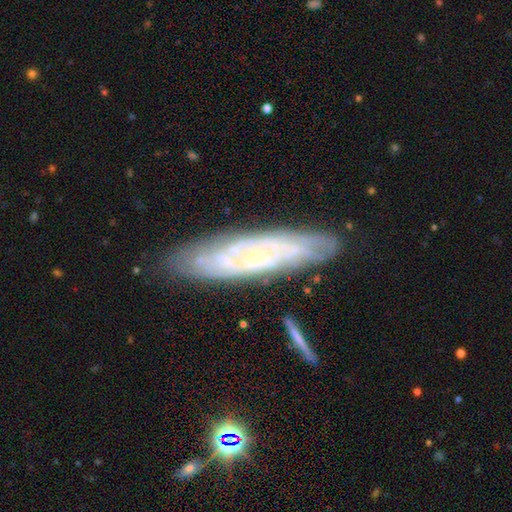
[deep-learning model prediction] Overall: featured or disk (78%). Edge-on disk: no (74%). Bar: no (68%). Spiral arms: yes (87%). Spiral arm count: can't tell (56%; 2 18%). Spiral winding: tight (72%). Bulge size: small (79%). Merging: none (80%).